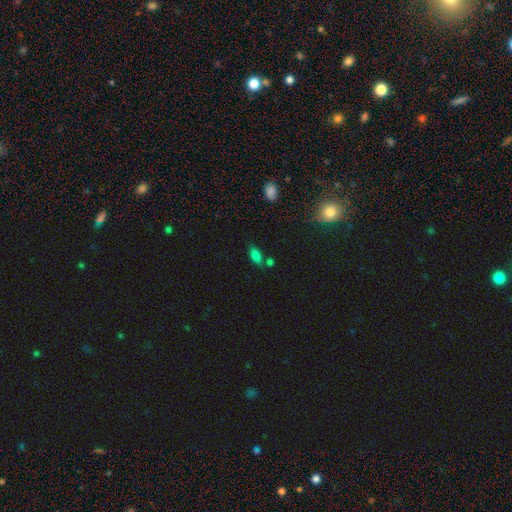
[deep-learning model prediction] Q: Smooth or featured?
A: smooth (74%); runner-up: star or artifact (16%)
Q: How rounded?
A: in between (84%); runner-up: cigar-shaped (10%)
Q: Merging?
A: none (61%); runner-up: minor disturbance (18%)